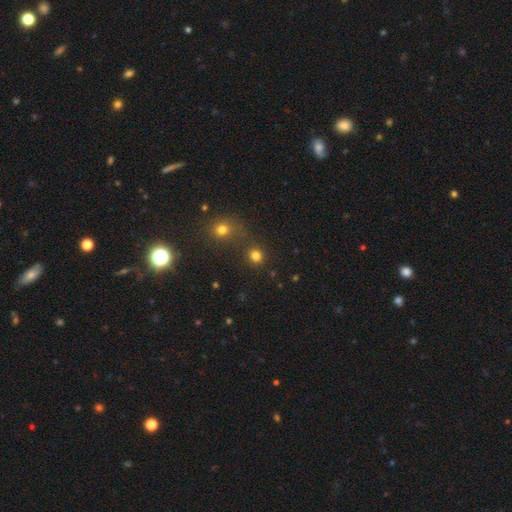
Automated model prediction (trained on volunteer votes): This appears to be a smooth galaxy with no disk features (79%) that is round (89%). Merging: none (78%).